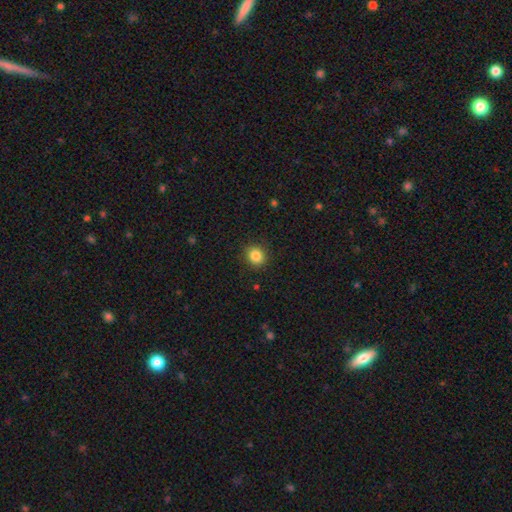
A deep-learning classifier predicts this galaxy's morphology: This appears to be a smooth galaxy with no disk features (85%) that is round (83%). Merging: none (90%).